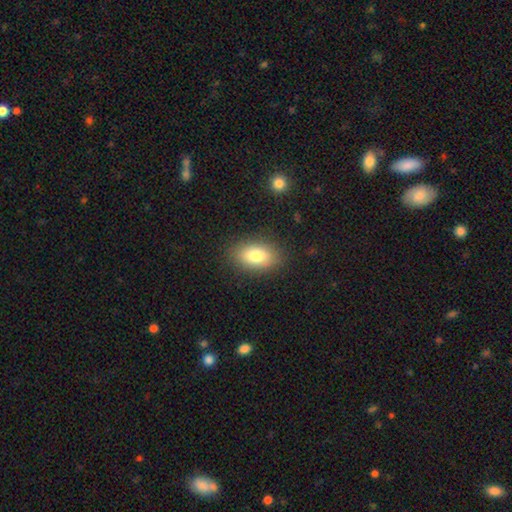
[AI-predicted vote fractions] This is clearly a smooth galaxy (80%). How rounded: clearly in between (89%). Merging: clearly none (86%).